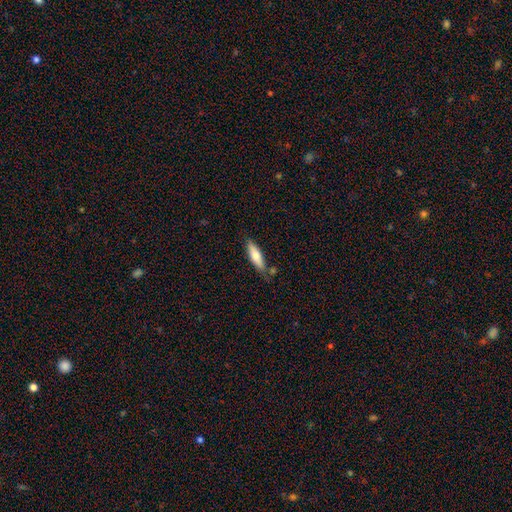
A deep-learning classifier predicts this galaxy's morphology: Overall: smooth (72%). How rounded: cigar-shaped (55%; in between 43%). Merging: none (70%).